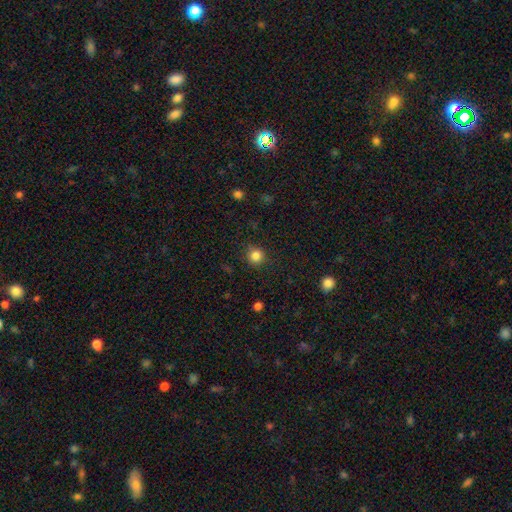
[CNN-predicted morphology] smooth-or-featured: smooth: 84% | star or artifact: 12% | featured or disk: 4%
  how-rounded: round: 92% | in between: 7% | cigar-shaped: 1%
  merging: none: 89% | minor disturbance: 8% | major disturbance: 3% | merger: 1%